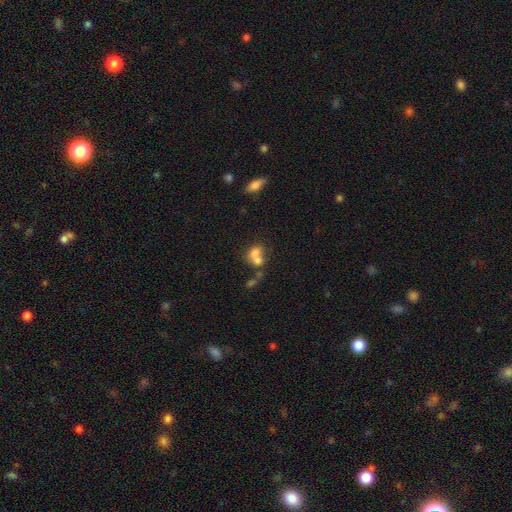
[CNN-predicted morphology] Smooth or featured: smooth — 68% (featured or disk — 21%)
How rounded: in between — 50% (round — 49%)
Merging: merger — 64% (none — 23%)